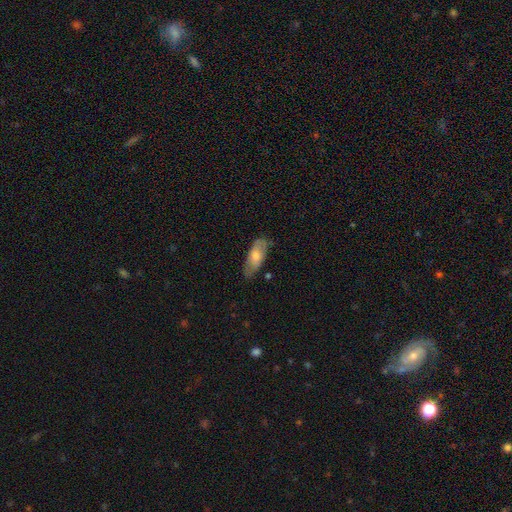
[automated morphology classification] Smooth or featured? smooth (62%)
How rounded? in between (79%)
Merging? none (69%)